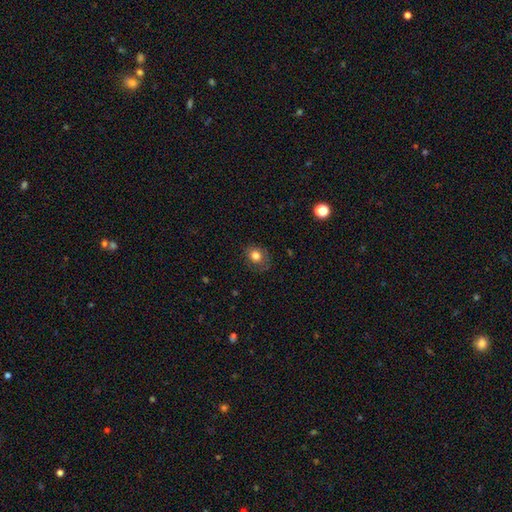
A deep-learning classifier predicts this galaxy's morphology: A smooth galaxy with no disk features (77%) that is round (61%).

Vote fractions:
- Smooth or featured? smooth: 77% / featured or disk: 12% / star or artifact: 11%
- How rounded? round: 61% / in between: 38% / cigar-shaped: 1%
- Merging? none: 75% / minor disturbance: 17% / major disturbance: 6% / merger: 1%